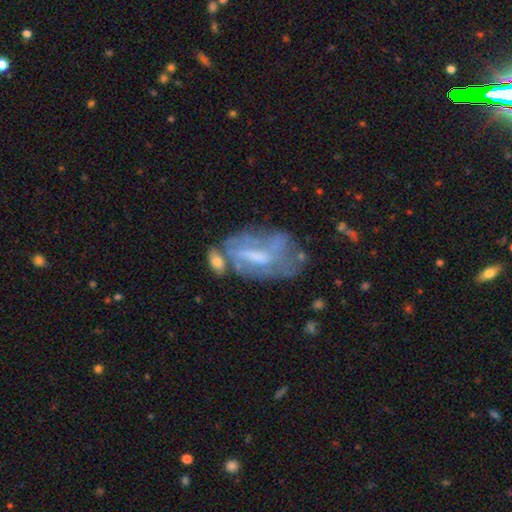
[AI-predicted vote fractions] A featured or disk galaxy (65%) with a weak bar (42%), no spiral arms (56%) and a moderate central bulge (37%). Merging: none (37%).